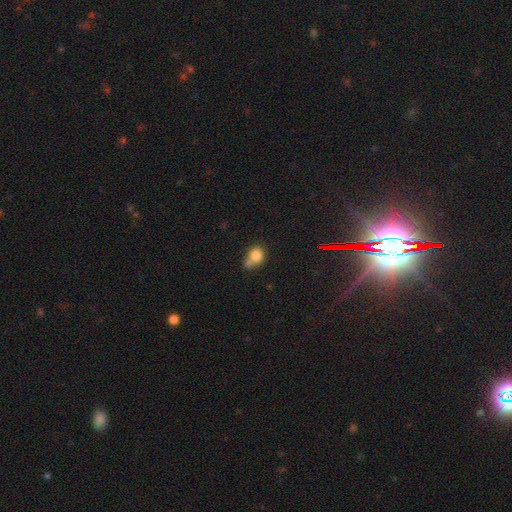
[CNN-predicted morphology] Smooth or featured? Predicted: smooth (p=0.80). How rounded? Predicted: round (p=0.69). Merging? Predicted: none (p=0.41).